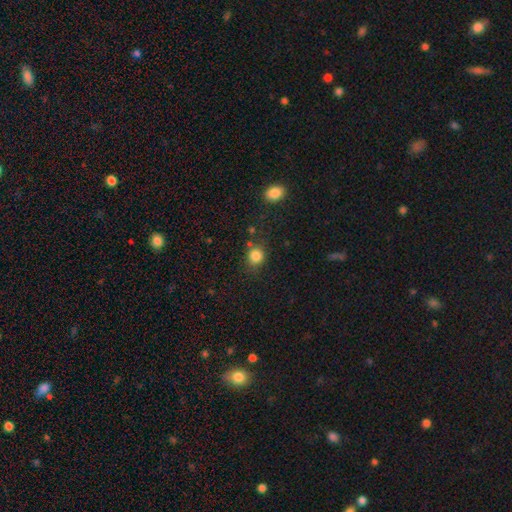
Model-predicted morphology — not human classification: This appears to be a smooth galaxy with no disk features (84%) that is round (76%). Merging: none (73%).